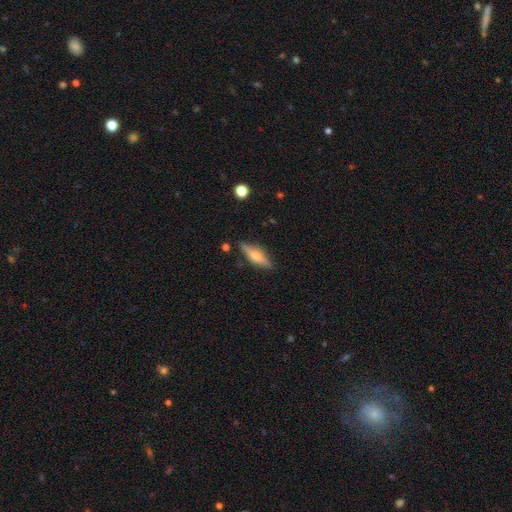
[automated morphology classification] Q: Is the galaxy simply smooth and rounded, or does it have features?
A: featured or disk — 54%.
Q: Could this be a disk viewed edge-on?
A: yes — 92%.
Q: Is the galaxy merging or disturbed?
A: none — 84%.